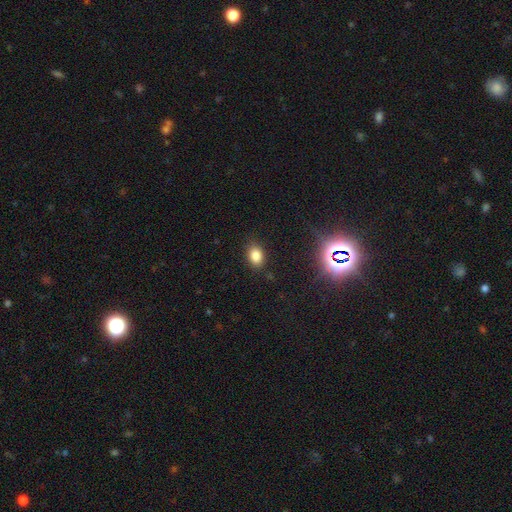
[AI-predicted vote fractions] The model was most divided on "how rounded": in between: 77%, round: 22%, cigar-shaped: 1%. More confident: merging — none (85%); smooth or featured — smooth (81%).